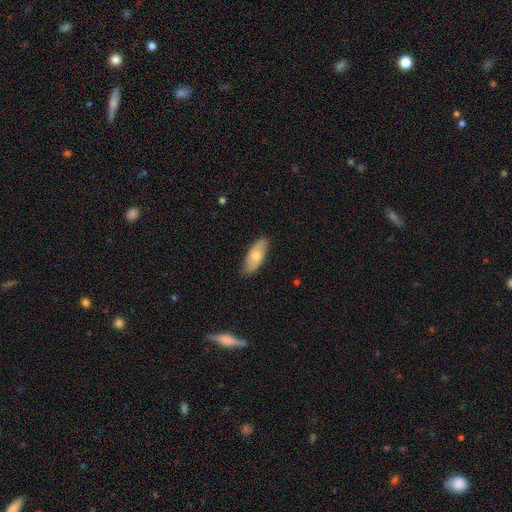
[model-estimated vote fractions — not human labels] smooth_or_featured: smooth (p=0.62) [alt: featured or disk p=0.32]
how_rounded: in between (p=0.80) [alt: cigar-shaped p=0.18]
merging: none (p=0.83) [alt: minor disturbance p=0.14]